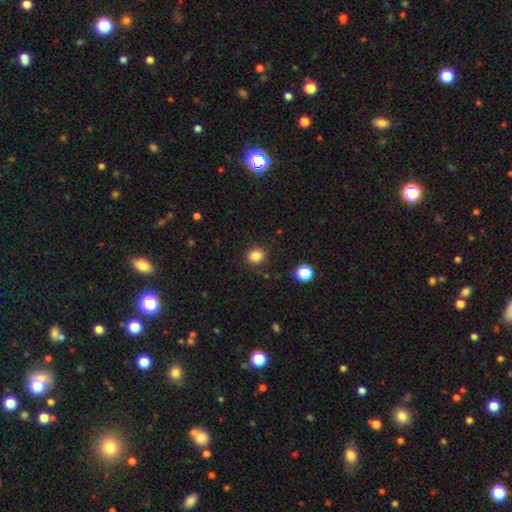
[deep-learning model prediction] Overall: smooth (84%). How rounded: round (73%). Merging: none (88%).